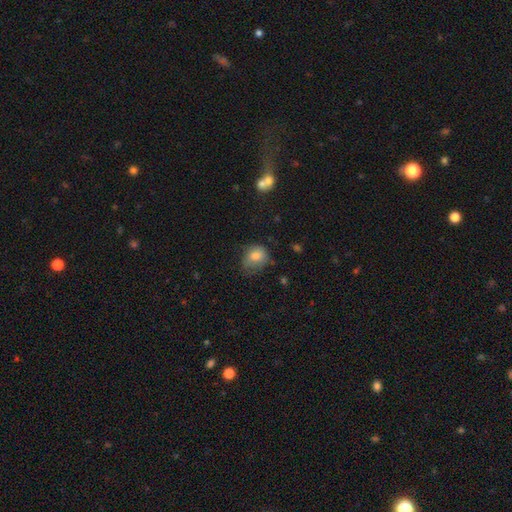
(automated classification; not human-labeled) Q: Smooth or featured?
A: smooth (77%); runner-up: featured or disk (13%)
Q: How rounded?
A: round (55%); runner-up: in between (44%)
Q: Merging?
A: none (44%); runner-up: minor disturbance (36%)